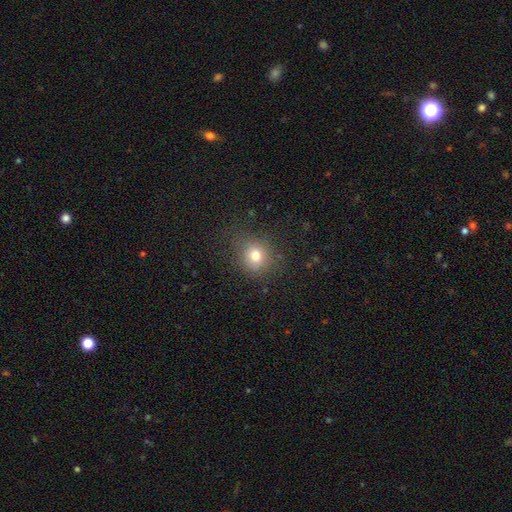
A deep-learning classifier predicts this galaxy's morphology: A smooth galaxy with no disk features (76%) that is round (79%).

Vote fractions:
- Smooth or featured? smooth: 76% / star or artifact: 14% / featured or disk: 9%
- How rounded? round: 79% / in between: 20% / cigar-shaped: 1%
- Merging? none: 78% / minor disturbance: 14% / major disturbance: 7% / merger: 1%